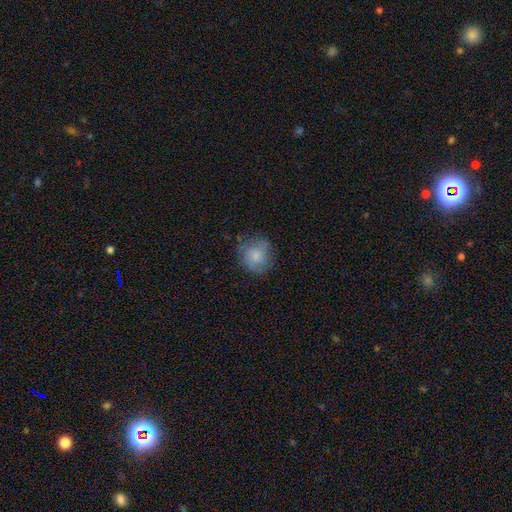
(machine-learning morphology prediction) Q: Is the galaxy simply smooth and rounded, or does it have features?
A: smooth — 66%.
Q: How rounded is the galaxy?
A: round — 82%.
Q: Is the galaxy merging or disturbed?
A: none — 67%.